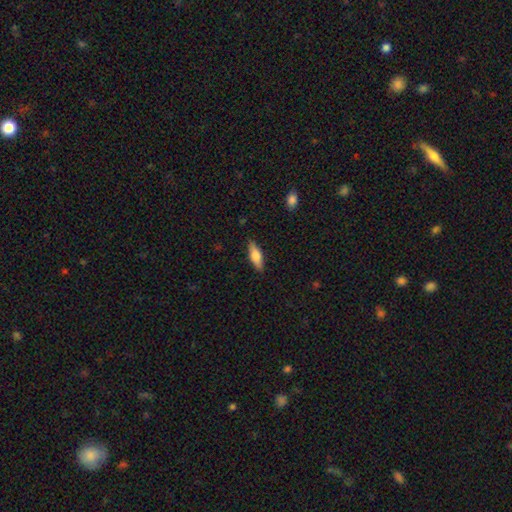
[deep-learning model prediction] Morphology: type=smooth (63%); roundness=in between (51%); merging=none (87%).